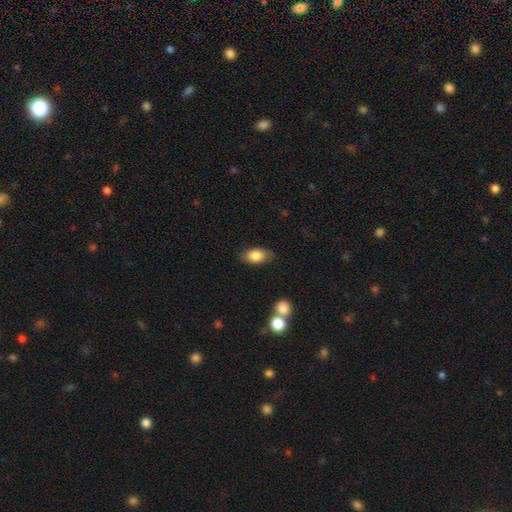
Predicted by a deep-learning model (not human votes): A smooth galaxy with no disk features (84%) that is in between round and cigar-shaped (91%). Merging: none (80%).